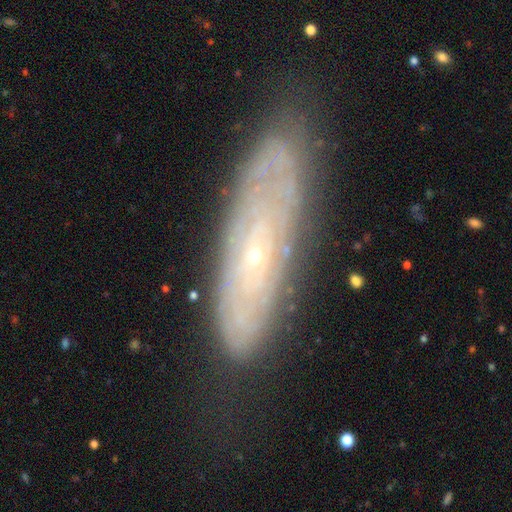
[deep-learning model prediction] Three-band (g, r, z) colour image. It shows a featured or disk galaxy (72%) with no bar (82%), spiral arms (71%) and a small central bulge (84%). Merging: none (75%).